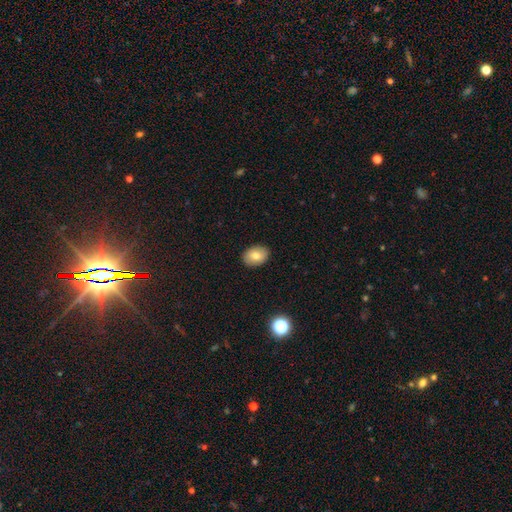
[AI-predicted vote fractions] Morphology: type=smooth (78%); roundness=in between (75%); merging=none (89%).